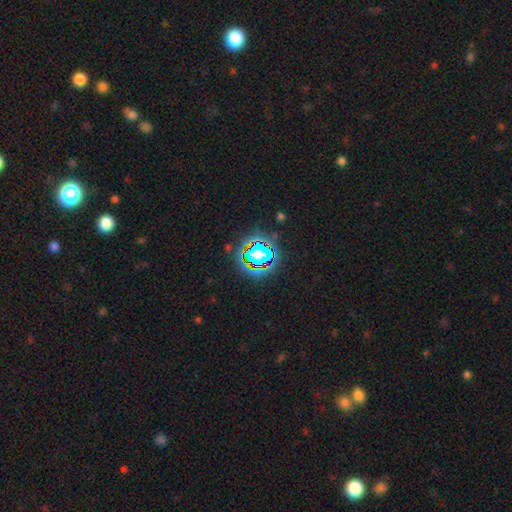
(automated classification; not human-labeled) Smooth or featured?
  - star or artifact: 59% *
  - smooth: 25%
  - featured or disk: 16%